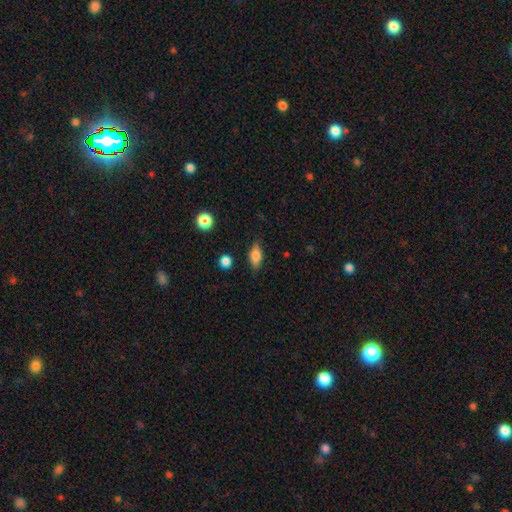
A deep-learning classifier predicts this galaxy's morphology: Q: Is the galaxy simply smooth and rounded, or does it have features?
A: smooth — 70%.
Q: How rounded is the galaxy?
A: in between — 75%.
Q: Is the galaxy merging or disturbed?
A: none — 82%.